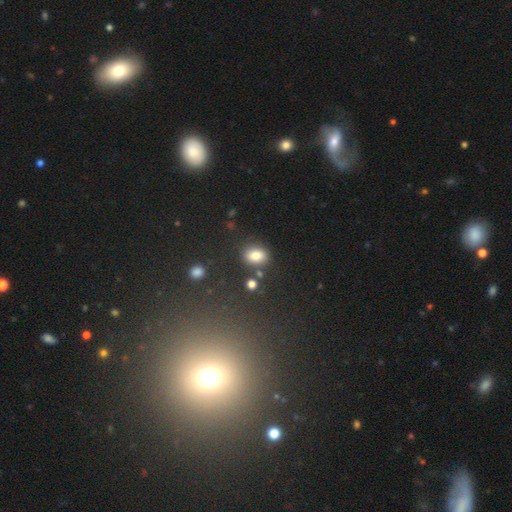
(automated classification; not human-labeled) smooth 81%, star or artifact 11%, featured or disk 8%. Down the decision tree: how rounded — in between (57%); merging — none (76%).